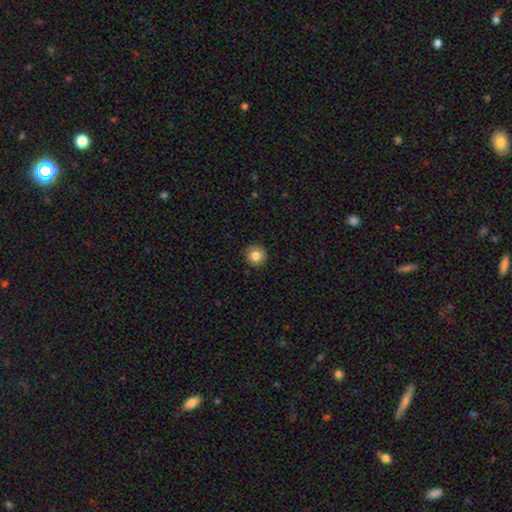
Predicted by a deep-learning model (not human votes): This is clearly a smooth galaxy (83%). How rounded: clearly round (95%). Merging: clearly none (92%).